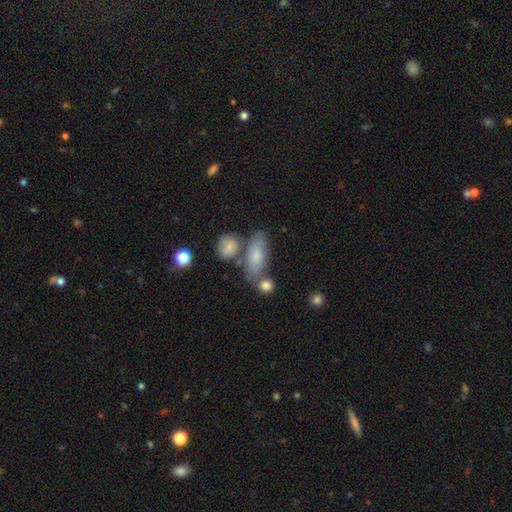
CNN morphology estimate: A smooth galaxy with no disk features (74%) that is in between round and cigar-shaped (80%). Merging: none (56%).